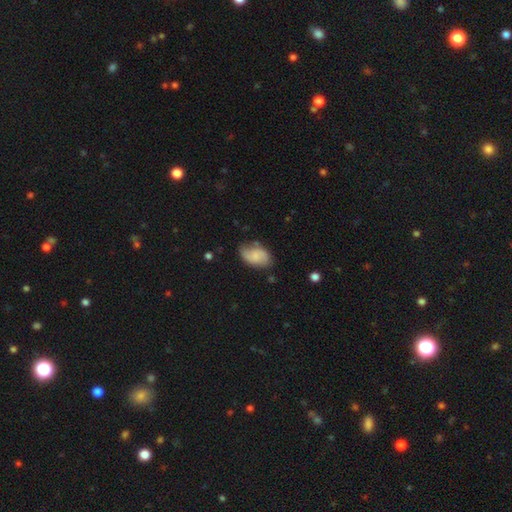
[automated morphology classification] smooth 54%, featured or disk 39%, star or artifact 7%. Down the decision tree: how rounded — in between (91%); merging — none (67%).